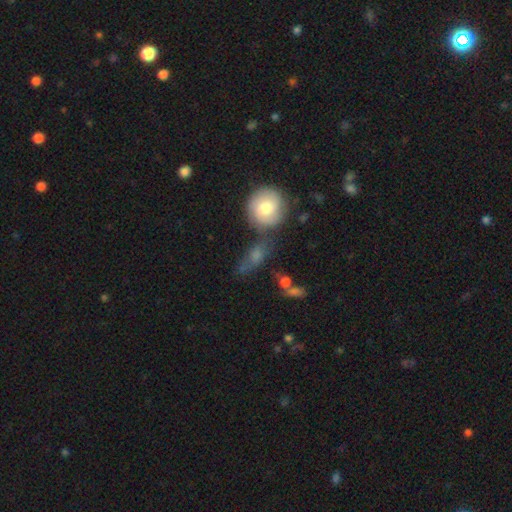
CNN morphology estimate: Smooth or featured?
  - smooth: 59% *
  - featured or disk: 27%
  - star or artifact: 14%
How rounded?
  - in between: 54% *
  - round: 34%
  - cigar-shaped: 13%
Merging?
  - none: 45% *
  - minor disturbance: 21%
  - merger: 19%
  - major disturbance: 14%